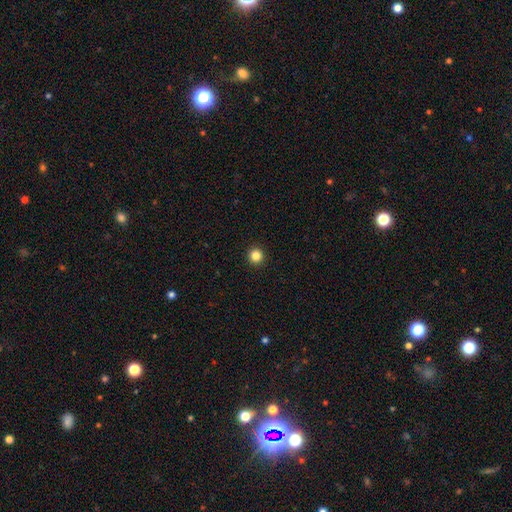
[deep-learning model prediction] Smooth or featured: smooth — 84% (star or artifact — 12%)
How rounded: round — 96% (in between — 3%)
Merging: none — 94% (minor disturbance — 3%)